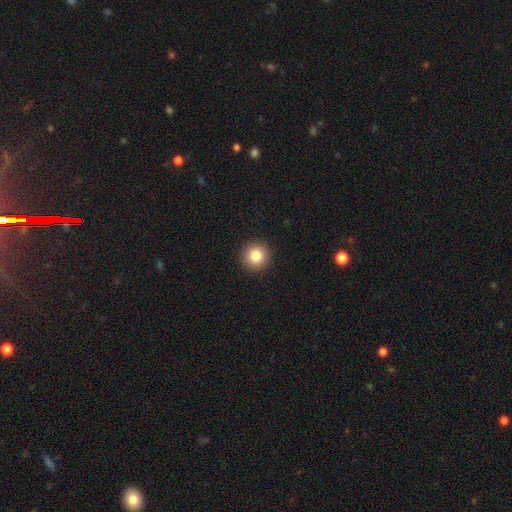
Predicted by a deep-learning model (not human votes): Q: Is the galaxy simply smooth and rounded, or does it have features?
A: smooth — 85%.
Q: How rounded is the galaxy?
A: round — 94%.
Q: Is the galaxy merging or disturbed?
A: none — 92%.